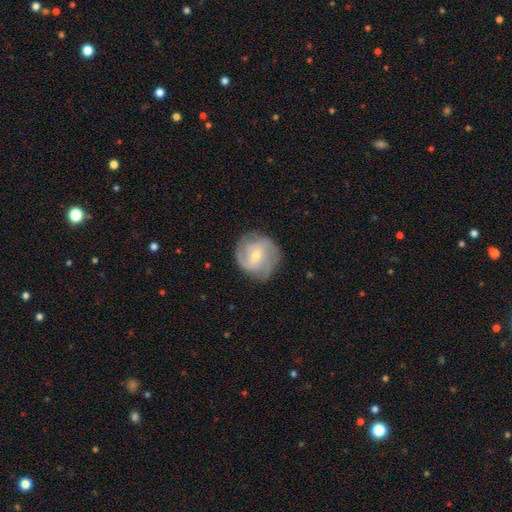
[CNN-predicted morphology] Smooth or featured: featured or disk — 76% (smooth — 17%)
Edge-on disk: no — 97% (yes — 3%)
Bar: weak — 52% (no — 27%)
Spiral arms: yes — 91% (no — 9%)
Spiral winding: tight — 45% (medium — 41%)
Spiral arm count: 2 — 48% (can't tell — 22%)
Bulge size: moderate — 49% (small — 48%)
Merging: none — 77% (minor disturbance — 16%)